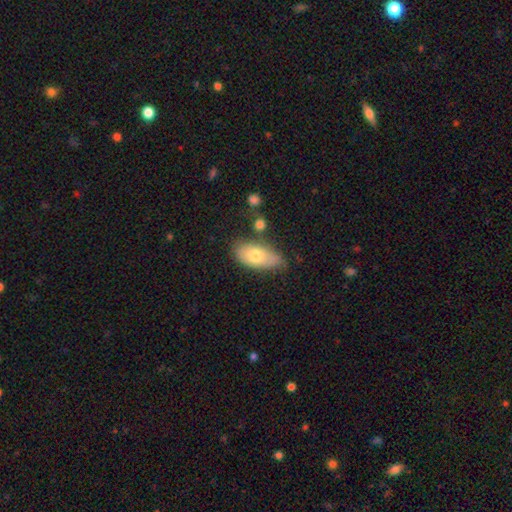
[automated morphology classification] smooth 71%, featured or disk 22%, star or artifact 7%. Down the decision tree: how rounded — in between (90%); merging — none (60%).